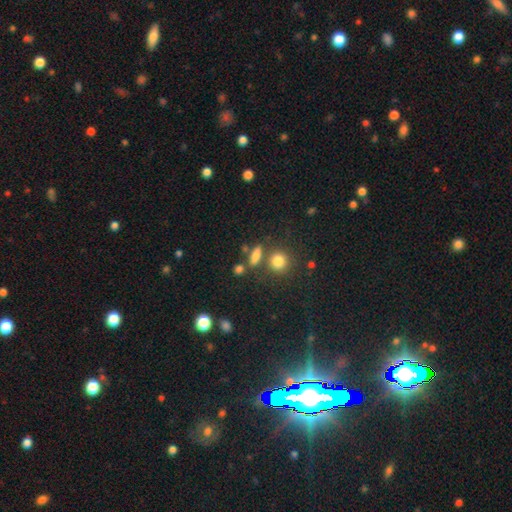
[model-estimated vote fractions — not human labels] Smooth or featured? Predicted: smooth (p=0.76). How rounded? Predicted: in between (p=0.47). Merging? Predicted: none (p=0.69).